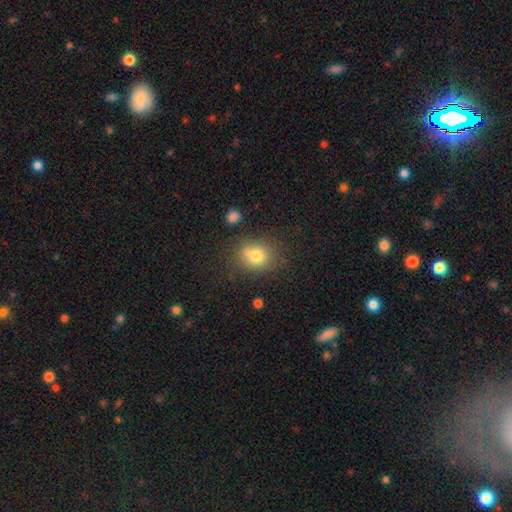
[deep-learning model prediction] Overall: smooth (76%). How rounded: round (67%; in between 32%). Merging: none (63%).